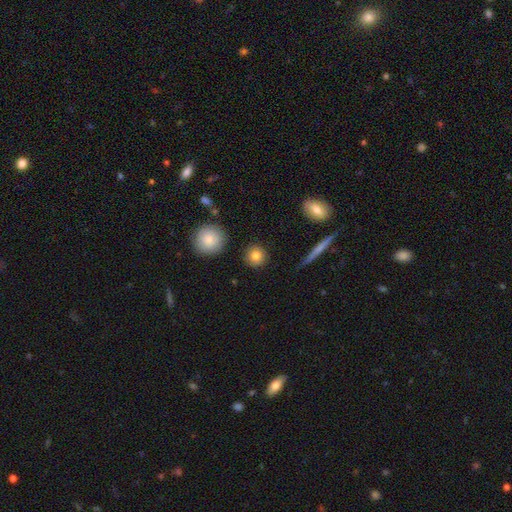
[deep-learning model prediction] Q: Smooth or featured?
A: smooth (83%); runner-up: star or artifact (9%)
Q: How rounded?
A: round (94%); runner-up: in between (5%)
Q: Merging?
A: none (90%); runner-up: minor disturbance (6%)